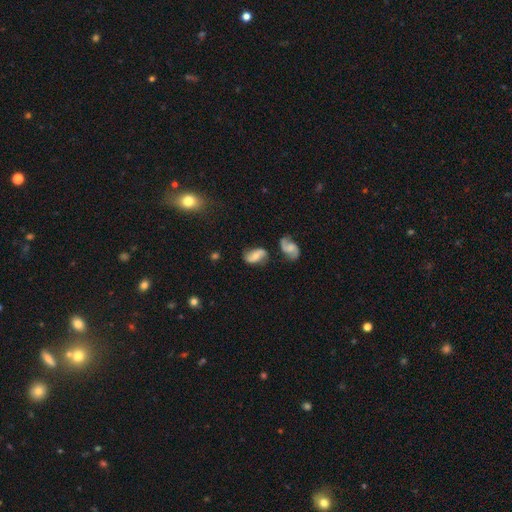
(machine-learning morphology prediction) smooth-or-featured: featured or disk: 54% | smooth: 35% | star or artifact: 11%
  disk-edge-on: no: 94% | yes: 6%
    bar: no: 43% | weak: 40% | strong: 18%
    has-spiral-arms: yes: 87% | no: 13%
    bulge-size: moderate: 41% | small: 40% | none: 12% | large: 5% | dominant: 2%
  merging: none: 62% | minor disturbance: 21% | merger: 9% | major disturbance: 8%